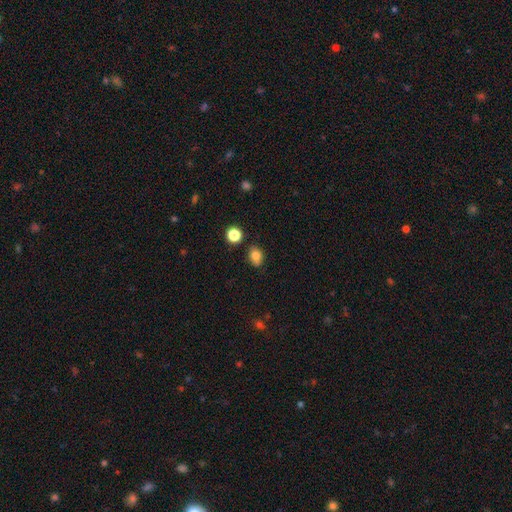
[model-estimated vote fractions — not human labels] This is likely a smooth galaxy (79%). How rounded: possibly in between (57%). Merging: likely none (77%).